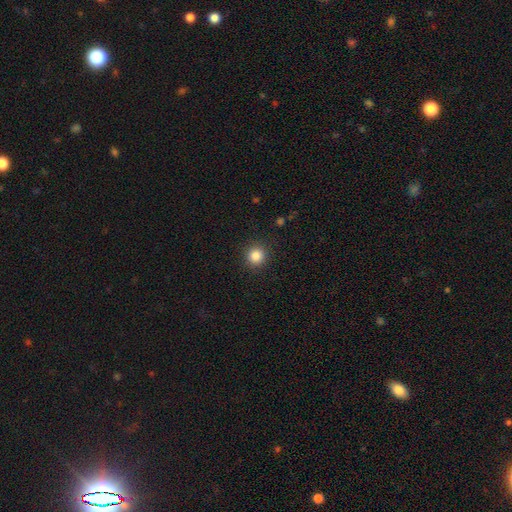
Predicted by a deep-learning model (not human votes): The model was most divided on "smooth or featured": smooth: 85%, star or artifact: 11%, featured or disk: 4%. More confident: how rounded — round (93%); merging — none (91%).